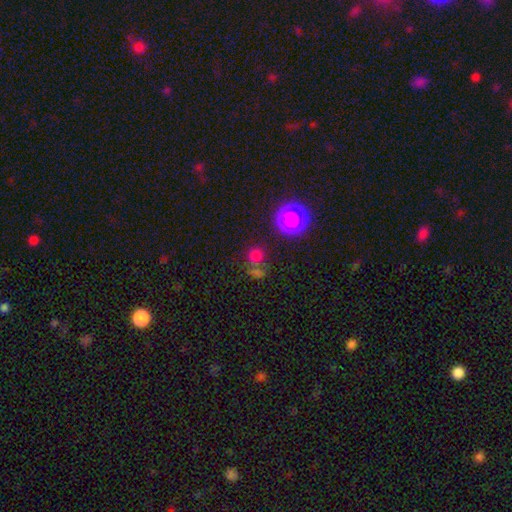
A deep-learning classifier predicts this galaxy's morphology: A smooth galaxy with no disk features (66%) that is round (87%). Merging: none (59%).